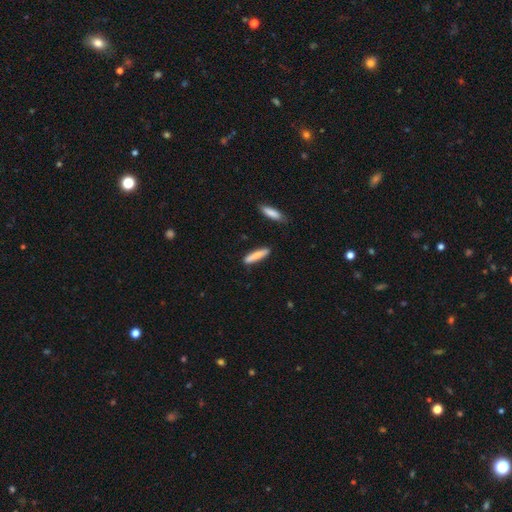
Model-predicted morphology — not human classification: This appears to be a smooth galaxy with no disk features (79%) that is cigar-shaped (84%). Merging: none (87%).